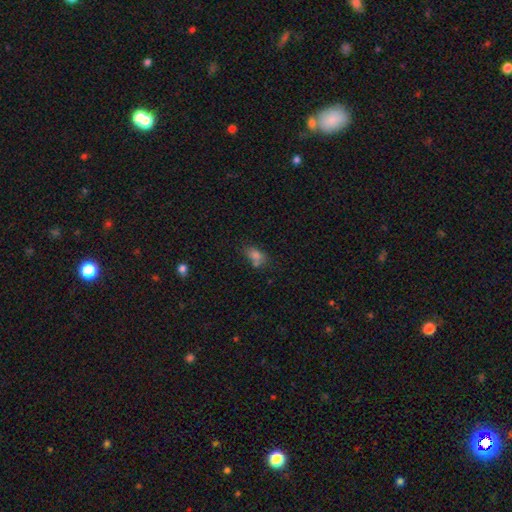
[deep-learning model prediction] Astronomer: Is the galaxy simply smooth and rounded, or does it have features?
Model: smooth — 75%.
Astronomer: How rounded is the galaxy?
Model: in between — 80%.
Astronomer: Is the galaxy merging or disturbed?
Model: none — 48% (runner-up: merger, 27%).